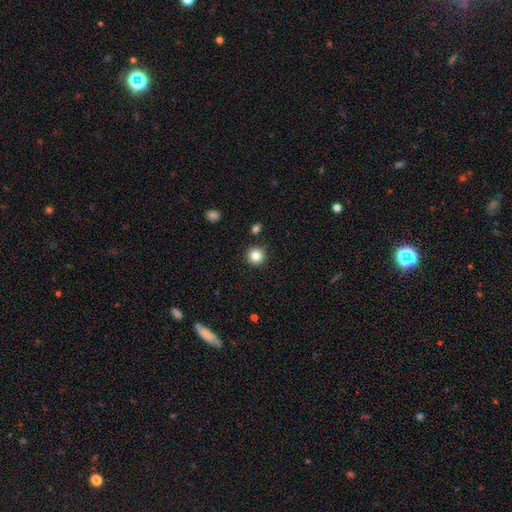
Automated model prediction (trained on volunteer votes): A smooth galaxy with no disk features (84%) that is round (94%). Merging: none (89%).